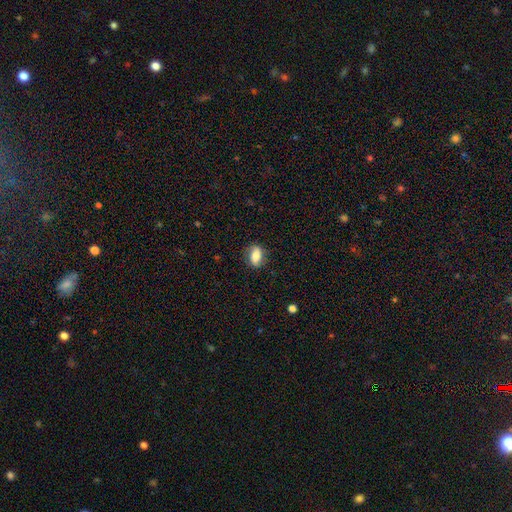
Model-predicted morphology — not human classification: Smooth or featured? smooth (66%)
How rounded? in between (80%)
Merging? none (80%)